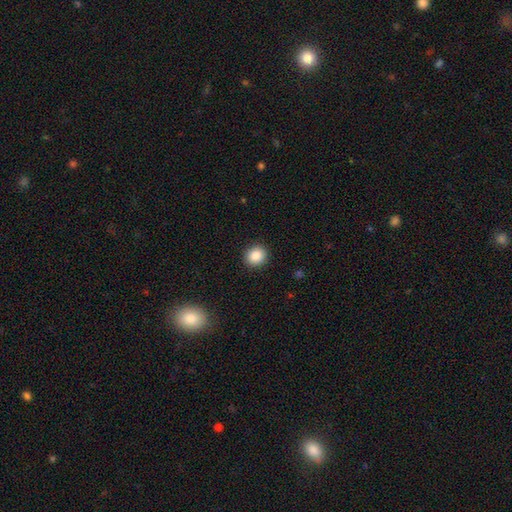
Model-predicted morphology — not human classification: type=smooth (87%); roundness=round (81%); merging=none (91%).